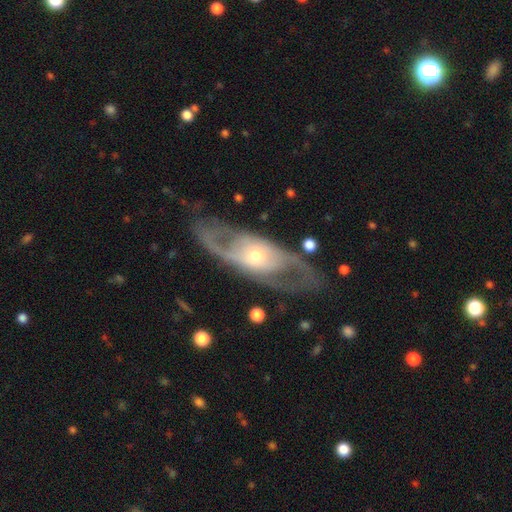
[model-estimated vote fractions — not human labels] This is likely a featured or disk galaxy (78%). It is clearly not viewed edge-on (83%). Bar: likely no (71%). Spiral arm pattern: likely yes (61%). Central bulge: likely moderate (63%). Merging: likely none (73%).